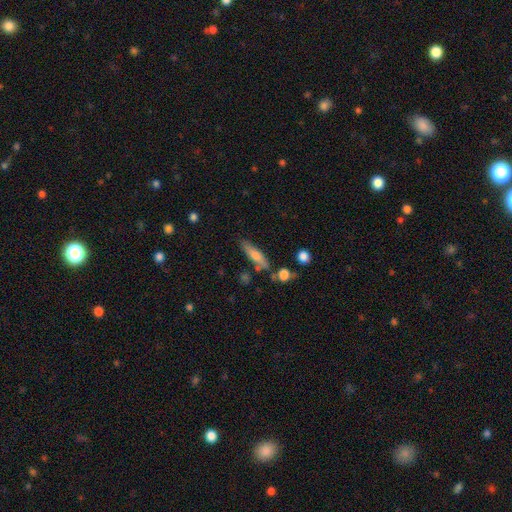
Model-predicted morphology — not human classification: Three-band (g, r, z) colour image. It shows a smooth galaxy with no disk features (67%) that is cigar-shaped (68%). Merging: none (68%).